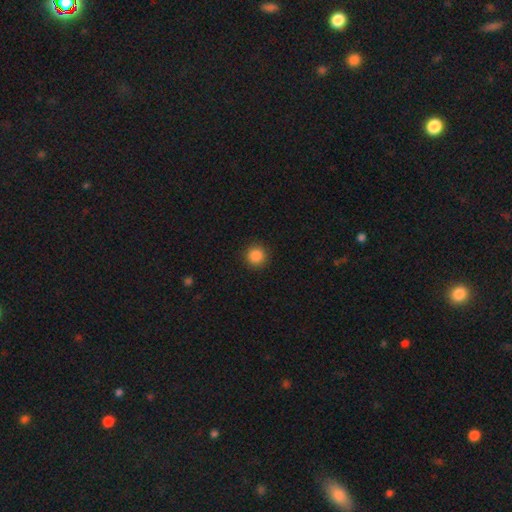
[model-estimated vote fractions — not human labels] smooth 87%, star or artifact 10%, featured or disk 3%. Down the decision tree: how rounded — round (93%); merging — none (91%).